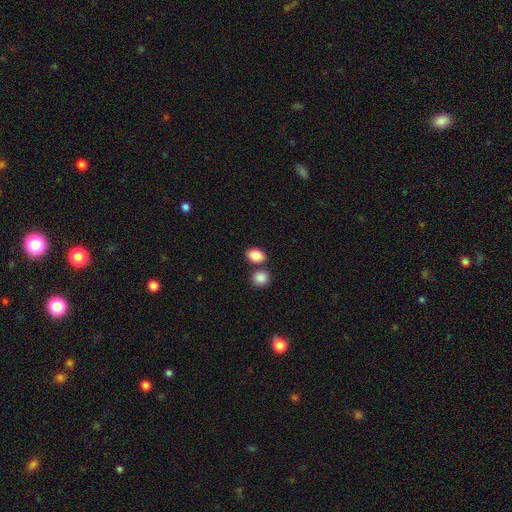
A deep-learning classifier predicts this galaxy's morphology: A smooth galaxy with no disk features (87%) that is in between round and cigar-shaped (75%). Merging: none (69%).